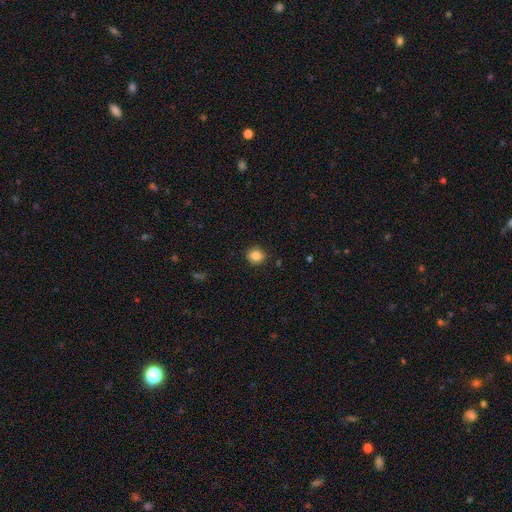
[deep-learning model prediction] Q: Smooth or featured?
A: smooth (86%); runner-up: star or artifact (10%)
Q: How rounded?
A: round (75%); runner-up: in between (24%)
Q: Merging?
A: none (88%); runner-up: minor disturbance (9%)